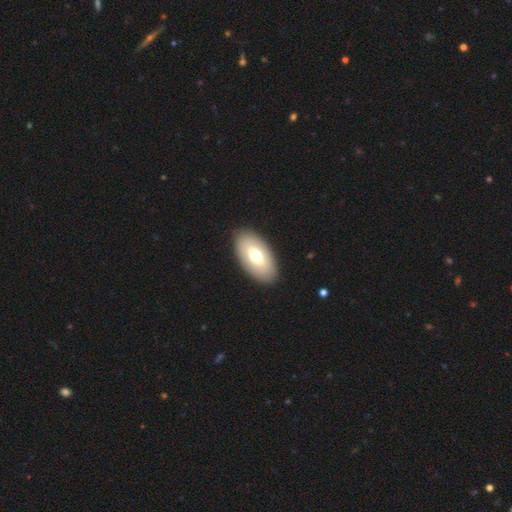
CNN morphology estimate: A smooth galaxy with no disk features (65%) that is in between round and cigar-shaped (95%). Merging: none (89%).